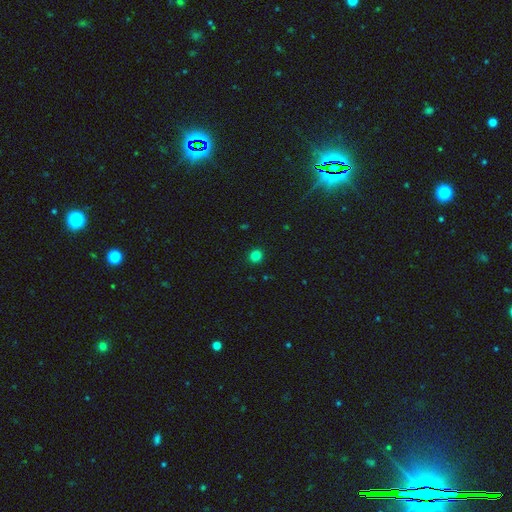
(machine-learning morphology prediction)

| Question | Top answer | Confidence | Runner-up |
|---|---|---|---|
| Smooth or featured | smooth | 82% | star or artifact (14%) |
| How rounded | round | 91% | in between (8%) |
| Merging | none | 92% | minor disturbance (5%) |